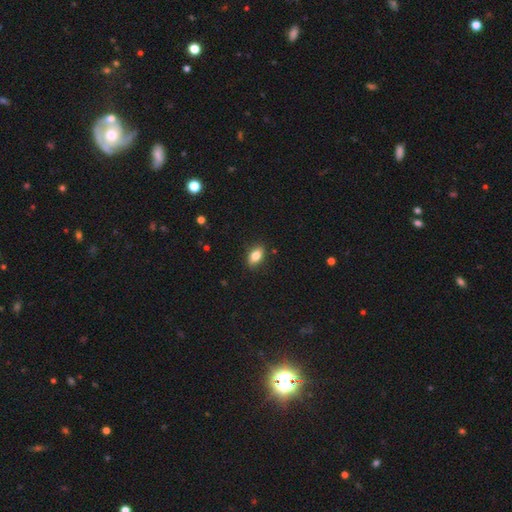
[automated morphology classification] Smooth or featured? Predicted: smooth (p=0.79). How rounded? Predicted: in between (p=0.87). Merging? Predicted: none (p=0.86).